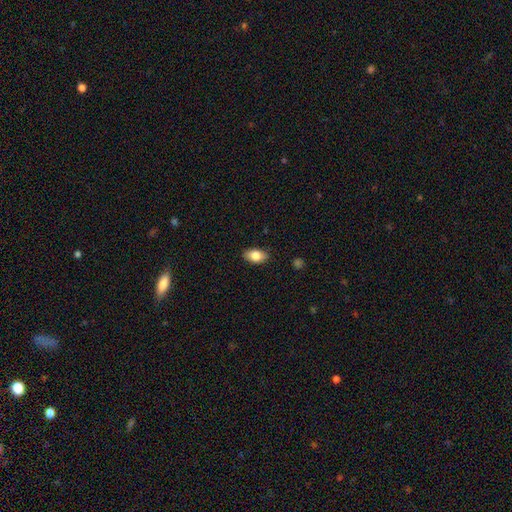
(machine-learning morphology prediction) Smooth or featured?
  - smooth: 81% *
  - featured or disk: 11%
  - star or artifact: 8%
How rounded?
  - in between: 89% *
  - round: 7%
  - cigar-shaped: 3%
Merging?
  - none: 87% *
  - minor disturbance: 10%
  - major disturbance: 2%
  - merger: 1%